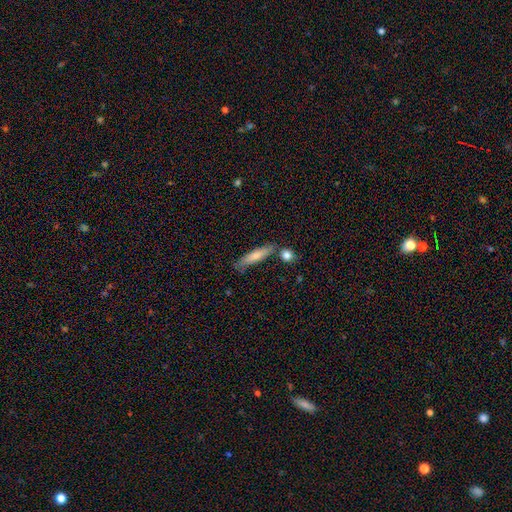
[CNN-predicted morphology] Overall: smooth (72%). How rounded: cigar-shaped (81%). Merging: none (71%).